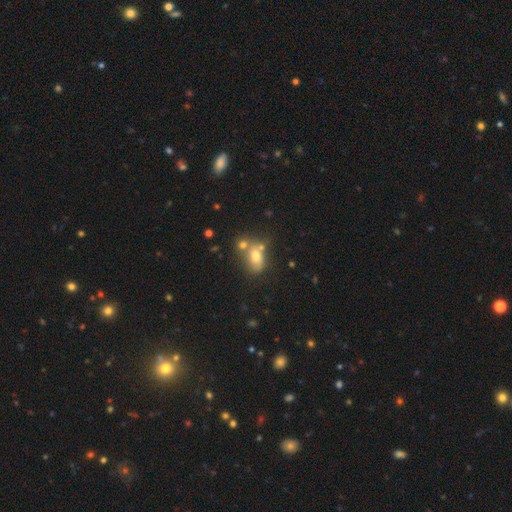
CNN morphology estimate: smooth 70%, featured or disk 18%, star or artifact 12%. Down the decision tree: how rounded — in between (75%); merging — none (40%).